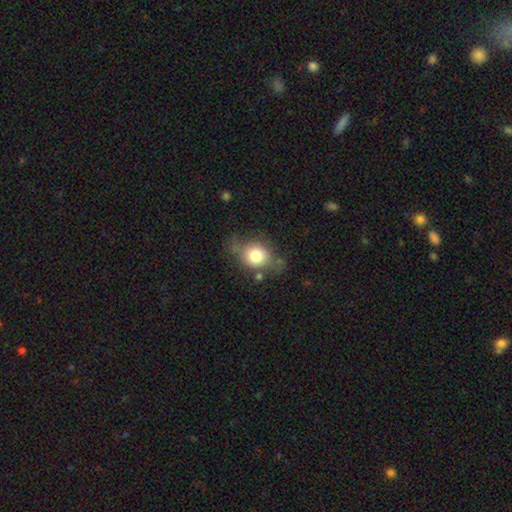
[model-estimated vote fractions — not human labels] Smooth or featured: smooth — 72% (featured or disk — 18%)
How rounded: round — 57% (in between — 41%)
Merging: none — 58% (minor disturbance — 26%)